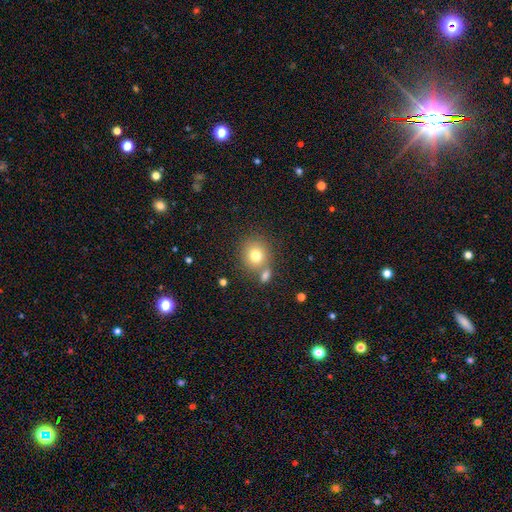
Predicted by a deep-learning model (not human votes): smooth 77%, featured or disk 12%, star or artifact 11%. Down the decision tree: how rounded — round (82%); merging — none (62%).